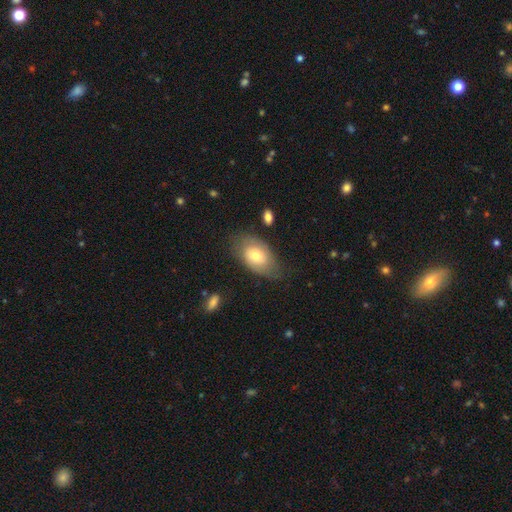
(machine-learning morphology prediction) The model was most divided on "smooth or featured": smooth: 66%, featured or disk: 27%, star or artifact: 7%. More confident: how rounded — in between (91%); merging — none (68%).